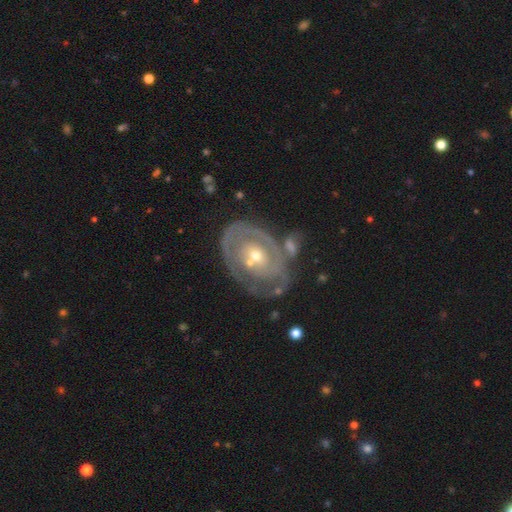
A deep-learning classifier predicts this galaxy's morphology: This is likely a featured or disk galaxy (79%). It is clearly not viewed edge-on (96%). Bar: clearly no (82%). Spiral arm pattern: likely yes (63%). Central bulge: likely small (61%). Merging: possibly none (49%).